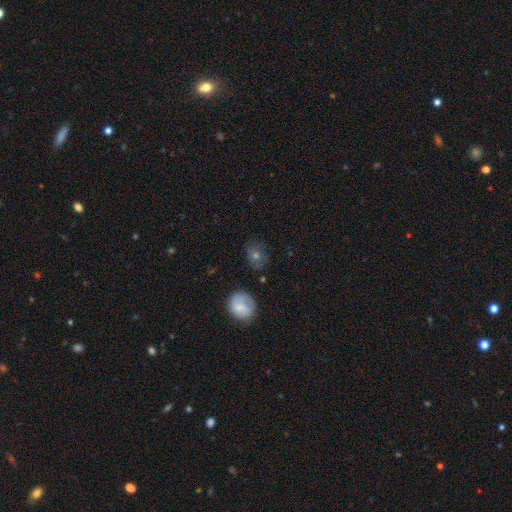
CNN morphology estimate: Smooth or featured? Predicted: smooth (p=0.57). How rounded? Predicted: round (p=0.64). Merging? Predicted: none (p=0.77).